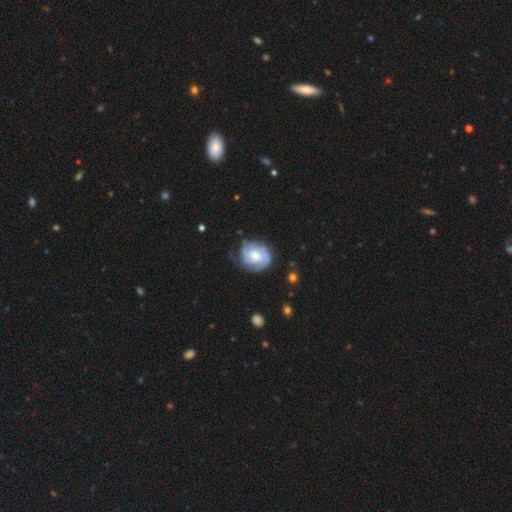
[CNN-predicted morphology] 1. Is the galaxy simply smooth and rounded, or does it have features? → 82% featured or disk, 12% smooth, 5% star or artifact.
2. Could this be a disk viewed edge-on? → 98% no, 2% yes.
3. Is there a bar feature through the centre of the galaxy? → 66% no, 28% weak, 6% strong.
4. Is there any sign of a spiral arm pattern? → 96% yes, 4% no.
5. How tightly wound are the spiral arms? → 68% tight, 26% medium, 6% loose.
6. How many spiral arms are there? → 42% 2, 22% 3, 21% can't tell, 6% 1, 5% 4, 4% more than 4.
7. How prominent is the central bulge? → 46% moderate, 43% small, 6% large, 4% none, 1% dominant.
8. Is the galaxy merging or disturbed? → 70% none, 20% minor disturbance, 9% major disturbance, 1% merger.